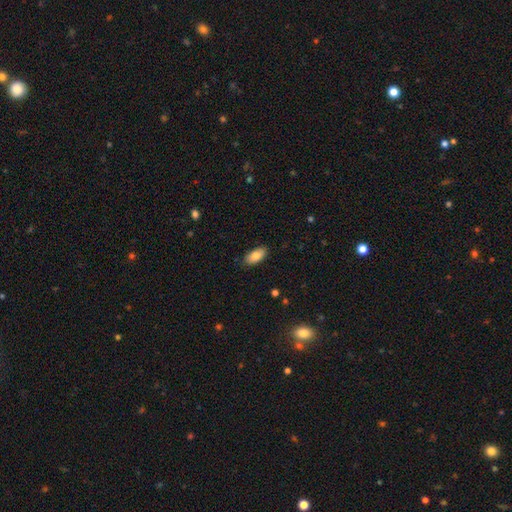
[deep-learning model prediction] smooth 83%, featured or disk 11%, star or artifact 7%. Down the decision tree: how rounded — in between (90%); merging — none (87%).